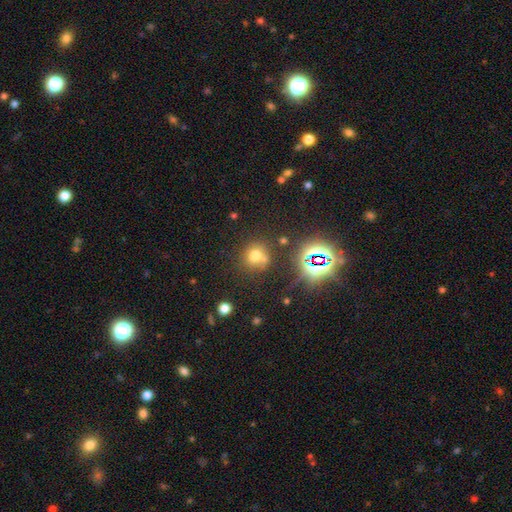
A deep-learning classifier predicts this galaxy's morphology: type=smooth (64%); roundness=round (84%); merging=none (61%).